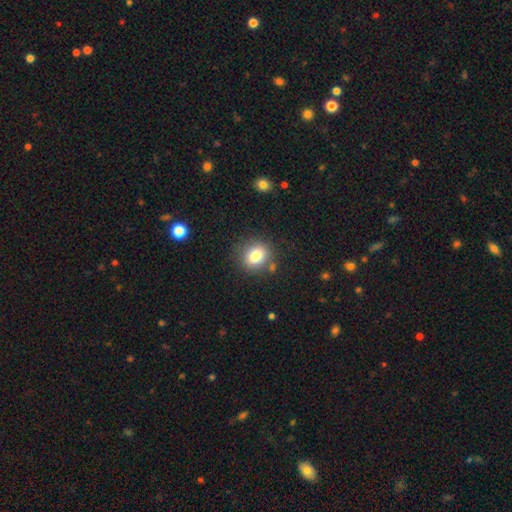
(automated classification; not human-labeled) A smooth galaxy with no disk features (80%) that is round (69%).

Vote fractions:
- Smooth or featured? smooth: 80% / star or artifact: 11% / featured or disk: 9%
- How rounded? round: 69% / in between: 30% / cigar-shaped: 1%
- Merging? none: 80% / minor disturbance: 11% / merger: 5% / major disturbance: 4%